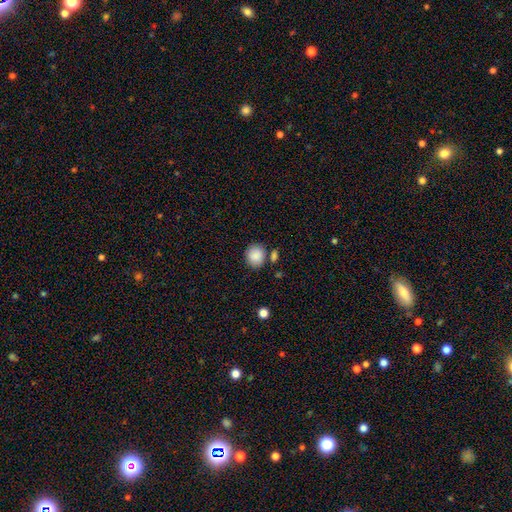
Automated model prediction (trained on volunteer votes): Smooth or featured? smooth (88%)
How rounded? round (75%)
Merging? none (75%)